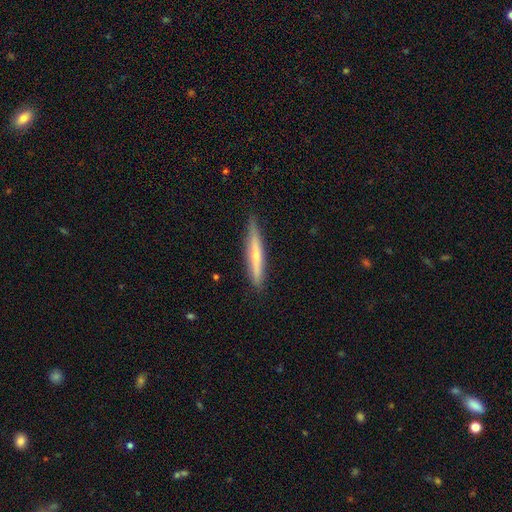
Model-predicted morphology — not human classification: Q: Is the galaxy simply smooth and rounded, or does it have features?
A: featured or disk — 52%.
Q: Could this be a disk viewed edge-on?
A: yes — 94%.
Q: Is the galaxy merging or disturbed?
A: none — 87%.